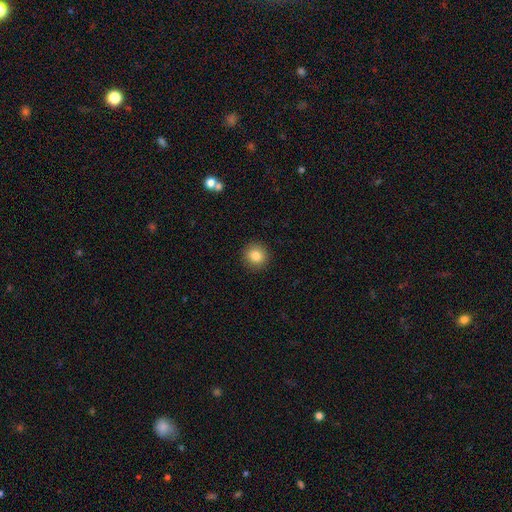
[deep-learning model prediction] Smooth or featured? Predicted: smooth (p=0.84). How rounded? Predicted: round (p=0.91). Merging? Predicted: none (p=0.92).